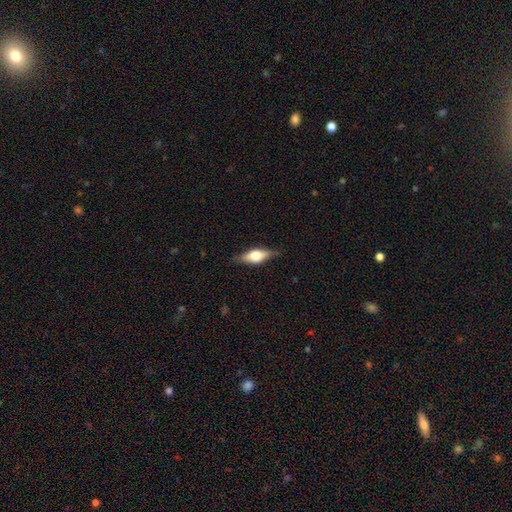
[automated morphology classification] The model was most divided on "smooth or featured": featured or disk: 53%, smooth: 41%, star or artifact: 6%. More confident: edge-on disk — yes (93%); merging — none (82%).